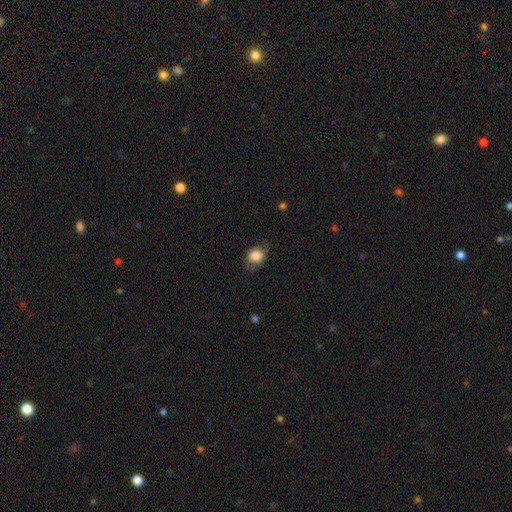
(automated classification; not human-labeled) A smooth galaxy with no disk features (81%) that is round (52%).

Vote fractions:
- Smooth or featured? smooth: 81% / featured or disk: 10% / star or artifact: 8%
- How rounded? round: 52% / in between: 47% / cigar-shaped: 1%
- Merging? none: 65% / minor disturbance: 25% / major disturbance: 9% / merger: 1%